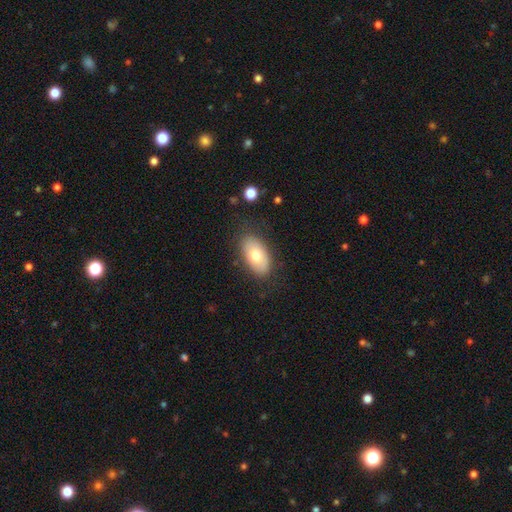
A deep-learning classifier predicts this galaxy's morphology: smooth_or_featured: smooth (p=0.70) [alt: featured or disk p=0.23]
how_rounded: in between (p=0.93) [alt: round p=0.05]
merging: none (p=0.81) [alt: minor disturbance p=0.14]